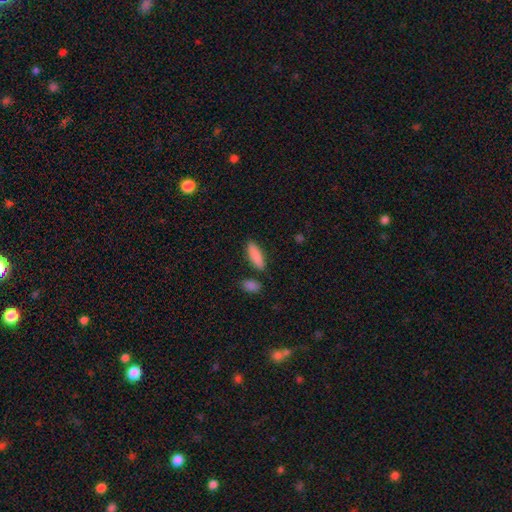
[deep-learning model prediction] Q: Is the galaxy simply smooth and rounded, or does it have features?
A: smooth — 89%.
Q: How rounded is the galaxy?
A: in between — 56%.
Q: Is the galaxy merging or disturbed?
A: none — 83%.